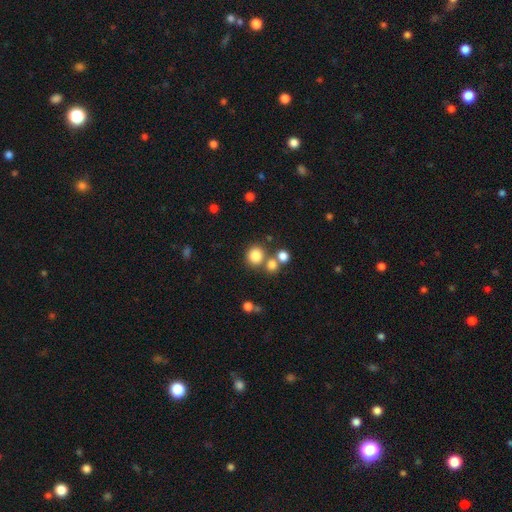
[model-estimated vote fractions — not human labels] smooth-or-featured: smooth: 81% | star or artifact: 13% | featured or disk: 6%
  how-rounded: round: 84% | in between: 15% | cigar-shaped: 1%
  merging: none: 67% | merger: 21% | minor disturbance: 9% | major disturbance: 4%